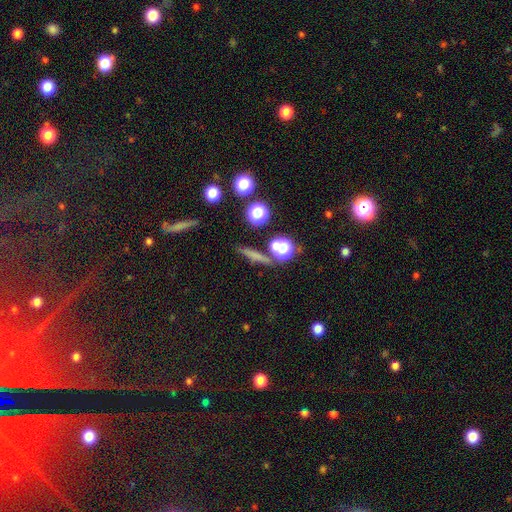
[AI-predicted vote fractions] A smooth galaxy with no disk features (58%) that is cigar-shaped (70%). Merging: none (77%).